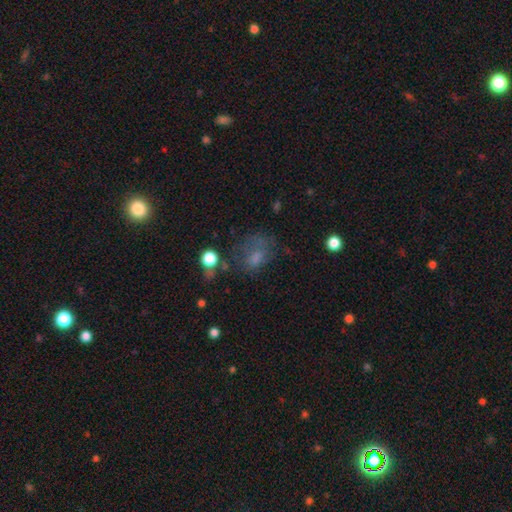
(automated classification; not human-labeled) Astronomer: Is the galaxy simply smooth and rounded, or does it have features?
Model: smooth — 56%.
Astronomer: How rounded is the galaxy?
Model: in between — 68%.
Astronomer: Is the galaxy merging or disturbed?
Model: none — 39% (runner-up: major disturbance, 32%).